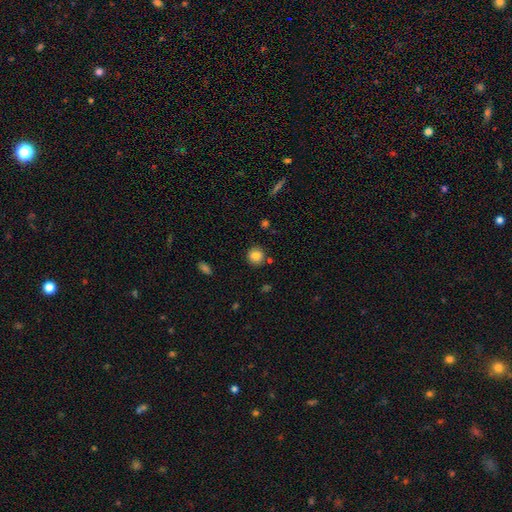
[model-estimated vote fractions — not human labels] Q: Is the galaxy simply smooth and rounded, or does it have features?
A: smooth — 84%.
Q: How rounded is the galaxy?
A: round — 89%.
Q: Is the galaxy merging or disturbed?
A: none — 85%.